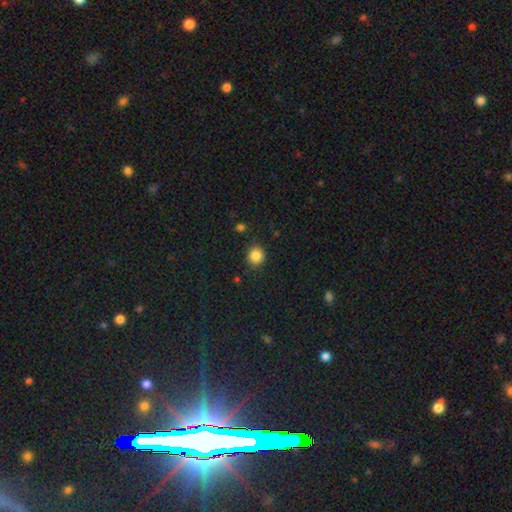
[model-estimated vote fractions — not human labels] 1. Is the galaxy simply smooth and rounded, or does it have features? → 85% smooth, 11% star or artifact, 4% featured or disk.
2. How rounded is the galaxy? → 88% round, 11% in between, 1% cigar-shaped.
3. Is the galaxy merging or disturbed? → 87% none, 8% minor disturbance, 3% major disturbance, 2% merger.